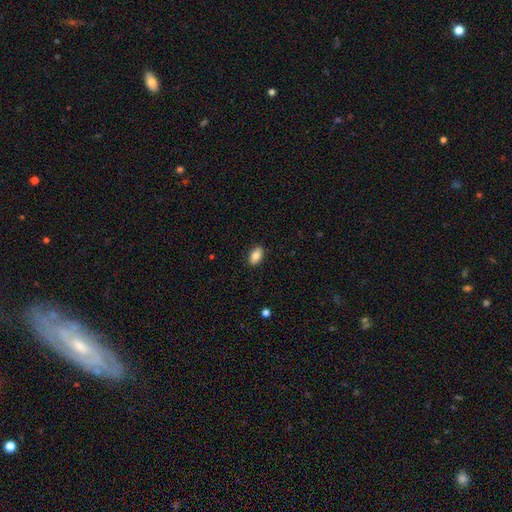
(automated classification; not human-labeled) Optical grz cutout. It shows a smooth galaxy with no disk features (83%) that is in between round and cigar-shaped (90%). Merging: none (89%).